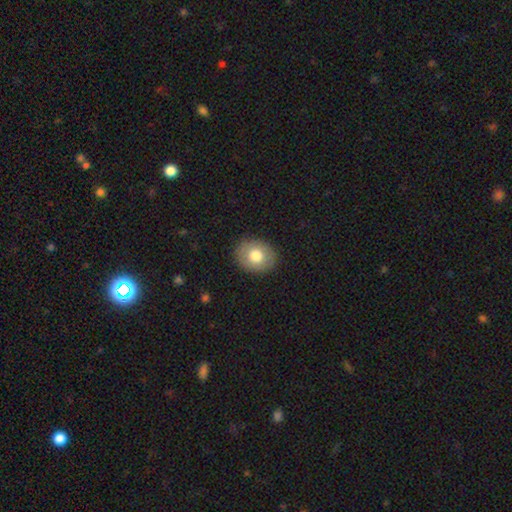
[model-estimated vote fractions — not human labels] Q: Smooth or featured?
A: smooth (76%); runner-up: featured or disk (16%)
Q: How rounded?
A: round (55%); runner-up: in between (44%)
Q: Merging?
A: none (88%); runner-up: minor disturbance (8%)